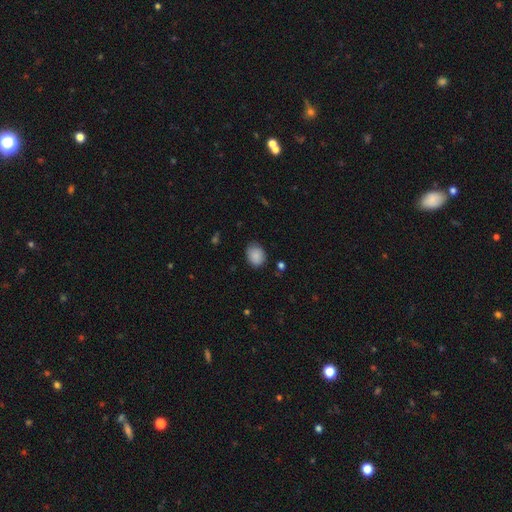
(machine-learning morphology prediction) Q: Smooth or featured?
A: smooth (88%); runner-up: star or artifact (8%)
Q: How rounded?
A: in between (55%); runner-up: round (44%)
Q: Merging?
A: none (80%); runner-up: minor disturbance (16%)